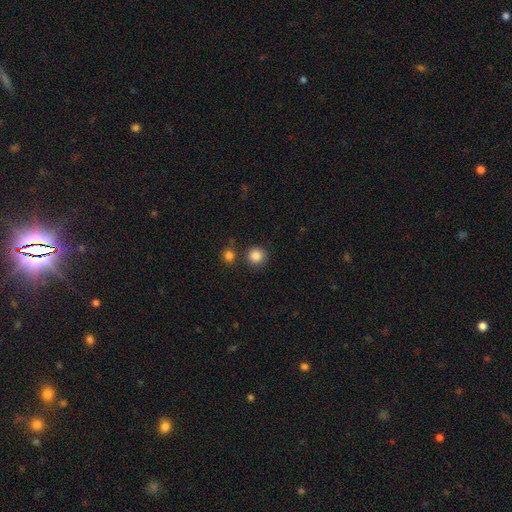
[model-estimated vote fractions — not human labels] Smooth or featured? Predicted: smooth (p=0.86). How rounded? Predicted: round (p=0.94). Merging? Predicted: none (p=0.83).